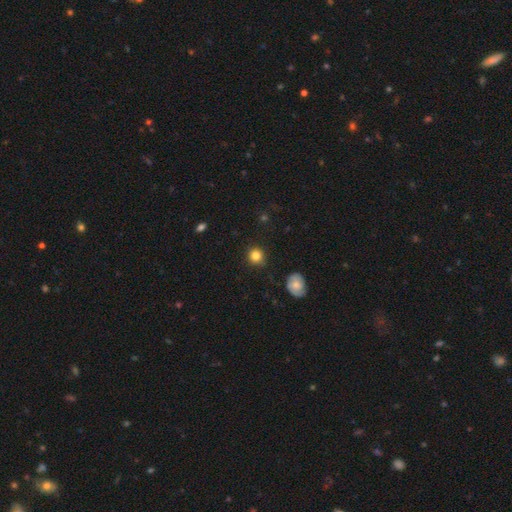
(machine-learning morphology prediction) This appears to be a smooth galaxy with no disk features (83%) that is round (89%). Merging: none (85%).